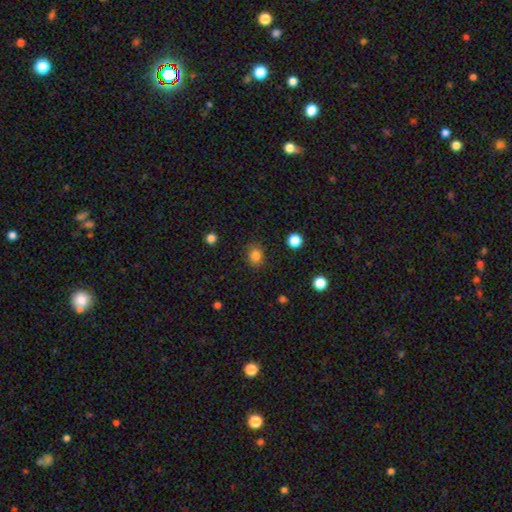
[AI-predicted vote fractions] smooth 83%, star or artifact 12%, featured or disk 5%. Down the decision tree: how rounded — round (63%); merging — none (83%).